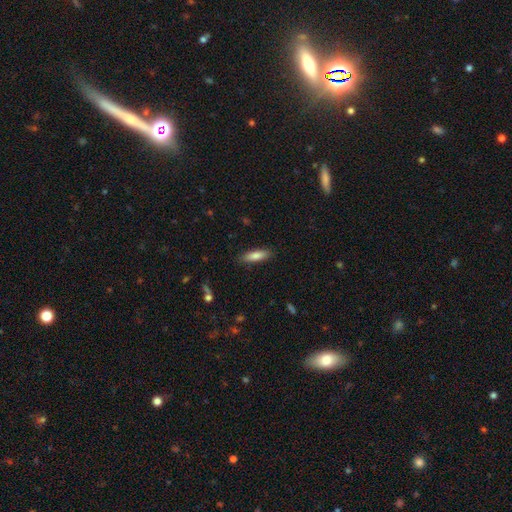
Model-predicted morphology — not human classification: Smooth or featured? smooth (81%)
How rounded? cigar-shaped (56%)
Merging? none (87%)